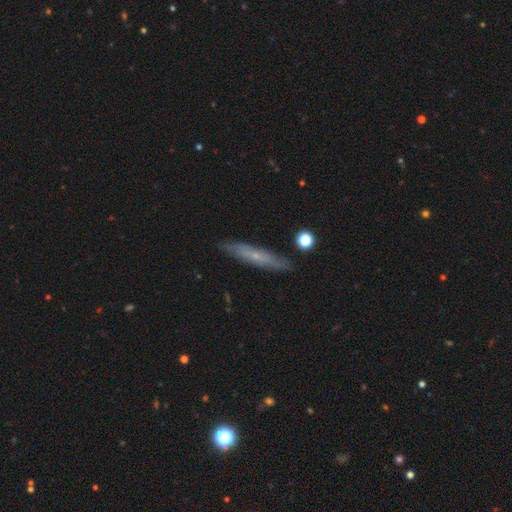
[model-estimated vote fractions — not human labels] Smooth or featured? featured or disk (52%)
Edge-on disk? yes (77%)
Merging? none (85%)